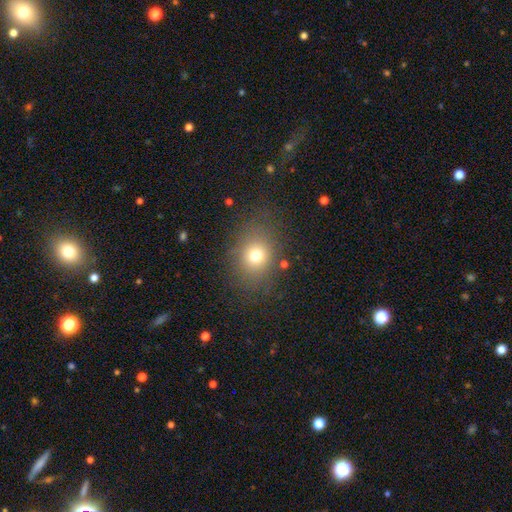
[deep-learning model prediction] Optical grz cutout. It shows a smooth galaxy with no disk features (73%) that is round (58%). Merging: none (80%).